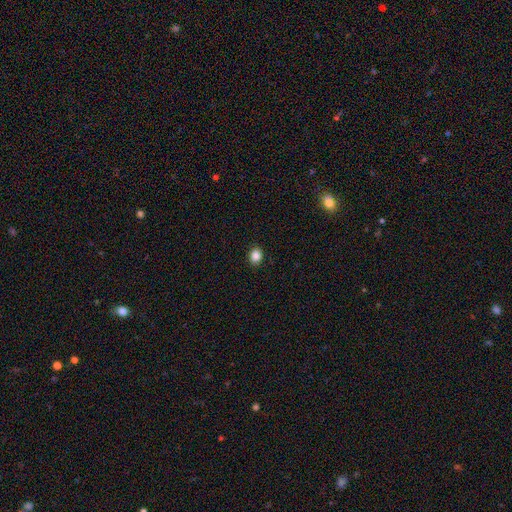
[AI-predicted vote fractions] Q: Smooth or featured?
A: smooth (86%); runner-up: star or artifact (10%)
Q: How rounded?
A: round (52%); runner-up: in between (47%)
Q: Merging?
A: none (90%); runner-up: minor disturbance (7%)